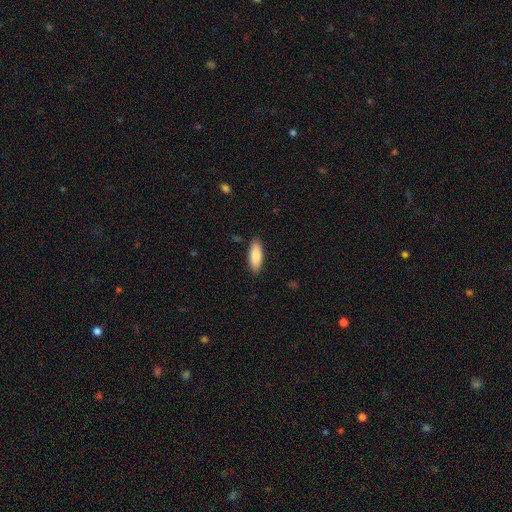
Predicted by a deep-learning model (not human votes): A smooth galaxy with no disk features (84%) that is in between round and cigar-shaped (69%). Merging: none (87%).